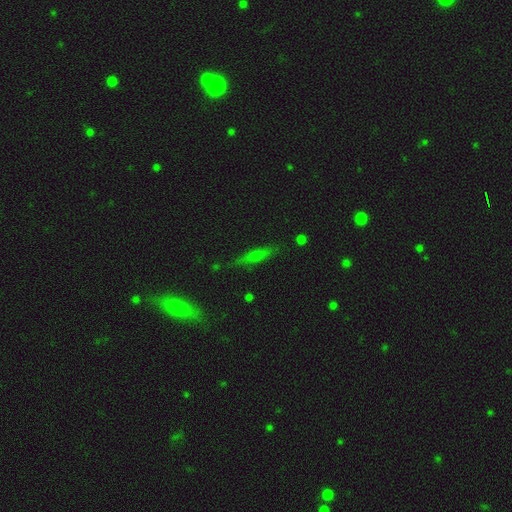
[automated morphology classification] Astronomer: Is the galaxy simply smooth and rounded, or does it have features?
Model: smooth — 49% (runner-up: featured or disk, 36%).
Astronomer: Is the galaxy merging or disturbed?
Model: none — 81%.